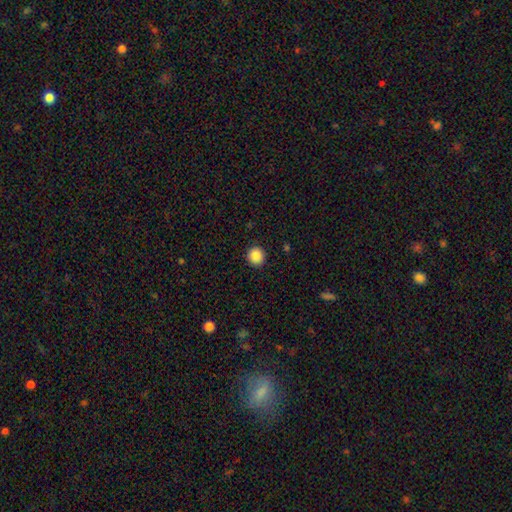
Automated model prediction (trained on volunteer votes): A smooth galaxy with no disk features (88%) that is round (92%). Merging: none (92%).